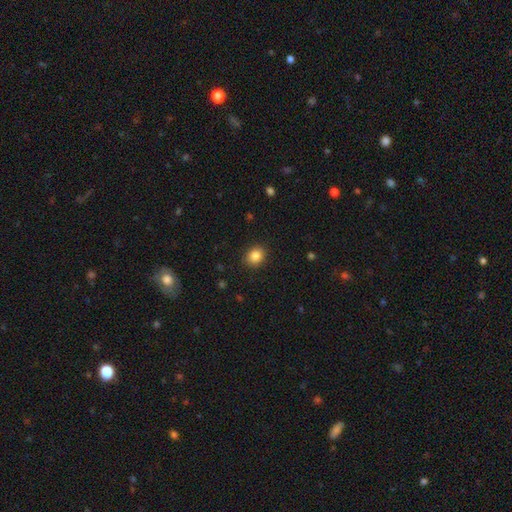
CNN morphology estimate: smooth 85%, star or artifact 10%, featured or disk 5%. Down the decision tree: how rounded — round (67%); merging — none (90%).